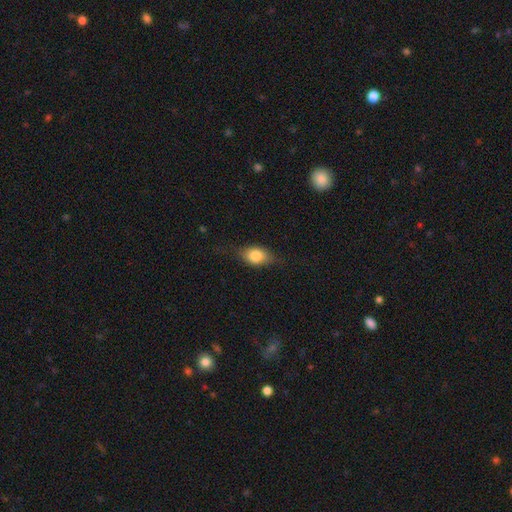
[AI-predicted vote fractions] The model was most divided on "how rounded": in between: 71%, round: 25%, cigar-shaped: 4%. More confident: smooth or featured — smooth (74%); merging — none (69%).